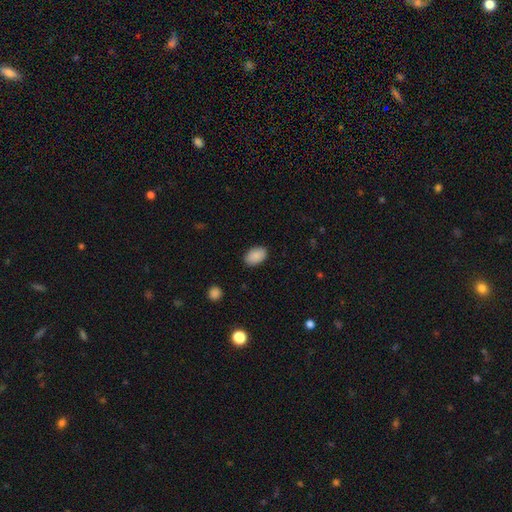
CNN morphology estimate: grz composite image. It shows a smooth galaxy with no disk features (89%) that is in between round and cigar-shaped (89%). Merging: none (88%).